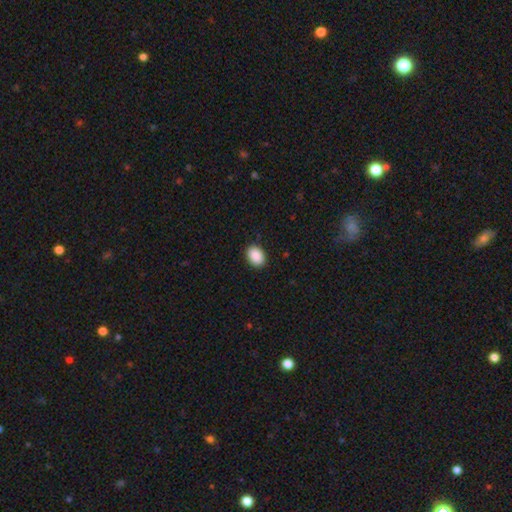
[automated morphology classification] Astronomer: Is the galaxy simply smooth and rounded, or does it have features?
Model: smooth — 90%.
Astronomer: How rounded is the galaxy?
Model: in between — 76%.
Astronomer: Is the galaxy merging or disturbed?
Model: none — 90%.